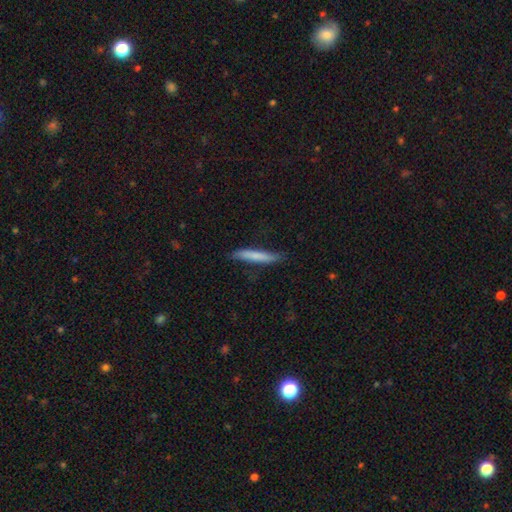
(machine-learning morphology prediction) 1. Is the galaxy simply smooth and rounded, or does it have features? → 71% smooth, 23% featured or disk, 5% star or artifact.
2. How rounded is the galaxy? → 94% cigar-shaped, 5% in between, 1% round.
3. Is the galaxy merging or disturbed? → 72% none, 21% minor disturbance, 5% major disturbance, 2% merger.